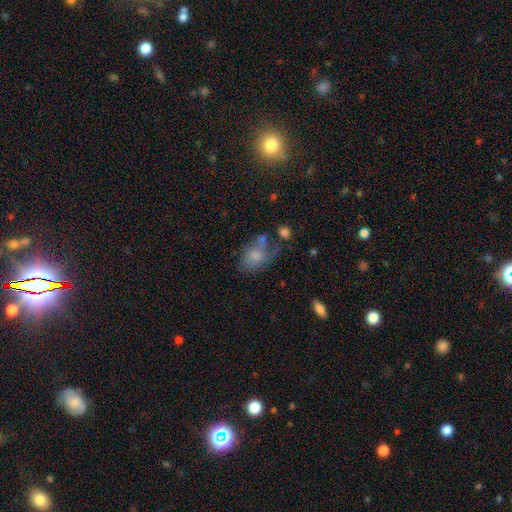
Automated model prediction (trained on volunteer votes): A smooth galaxy with no disk features (65%) that is in between round and cigar-shaped (81%).

Vote fractions:
- Smooth or featured? smooth: 65% / featured or disk: 26% / star or artifact: 9%
- How rounded? in between: 81% / round: 18% / cigar-shaped: 1%
- Merging? none: 33% / minor disturbance: 27% / major disturbance: 24% / merger: 16%